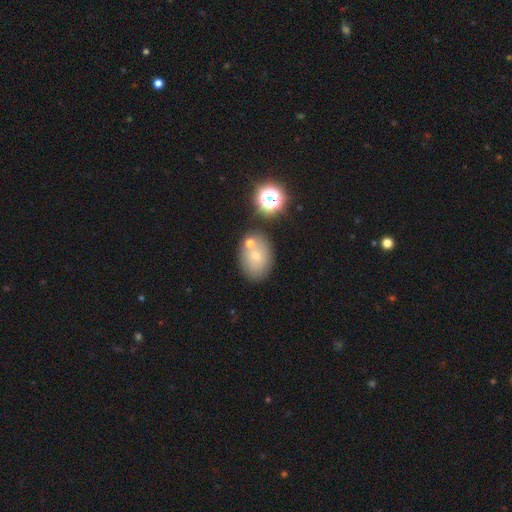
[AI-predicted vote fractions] Smooth or featured: smooth — 65% (featured or disk — 21%)
How rounded: in between — 67% (round — 32%)
Merging: none — 64% (merger — 19%)